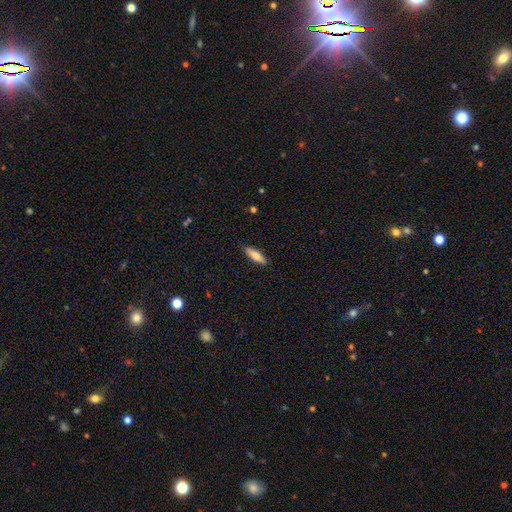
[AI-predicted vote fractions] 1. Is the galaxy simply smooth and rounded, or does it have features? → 73% smooth, 21% featured or disk, 6% star or artifact.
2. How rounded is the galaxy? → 58% cigar-shaped, 40% in between, 2% round.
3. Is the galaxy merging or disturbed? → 87% none, 10% minor disturbance, 2% major disturbance, 1% merger.